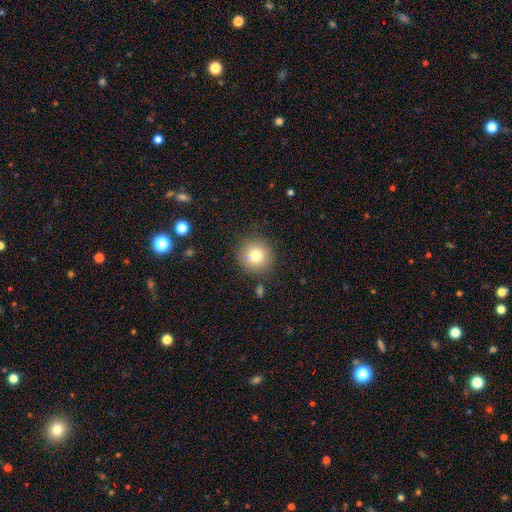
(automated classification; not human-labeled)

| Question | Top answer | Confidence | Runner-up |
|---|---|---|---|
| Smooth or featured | smooth | 78% | star or artifact (11%) |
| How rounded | round | 94% | in between (5%) |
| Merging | none | 86% | minor disturbance (8%) |